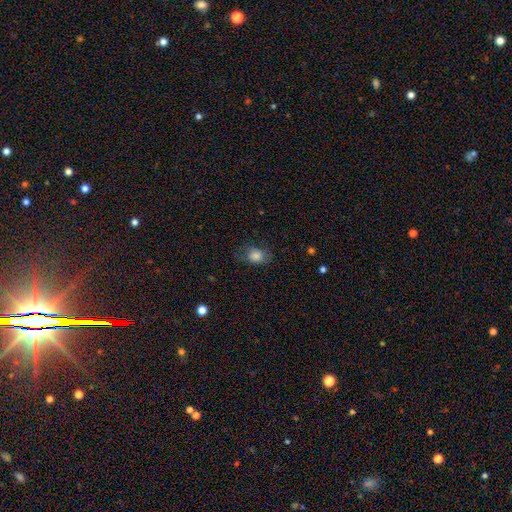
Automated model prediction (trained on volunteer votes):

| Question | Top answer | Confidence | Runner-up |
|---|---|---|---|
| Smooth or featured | smooth | 83% | star or artifact (10%) |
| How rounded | in between | 66% | round (32%) |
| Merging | none | 69% | minor disturbance (21%) |